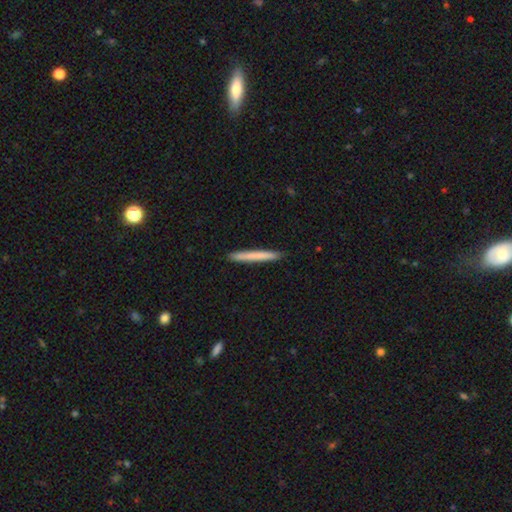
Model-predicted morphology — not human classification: A smooth galaxy with no disk features (71%) that is cigar-shaped (97%).

Vote fractions:
- Smooth or featured? smooth: 71% / featured or disk: 23% / star or artifact: 6%
- How rounded? cigar-shaped: 97% / in between: 2% / round: 1%
- Merging? none: 92% / minor disturbance: 6% / major disturbance: 1% / merger: 1%